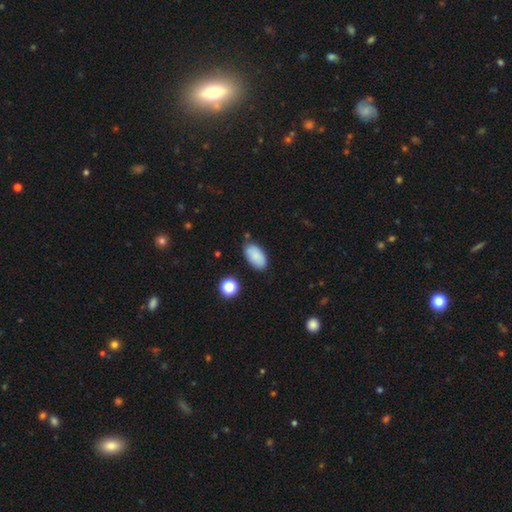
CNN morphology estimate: Smooth or featured? smooth (84%)
How rounded? in between (94%)
Merging? none (78%)